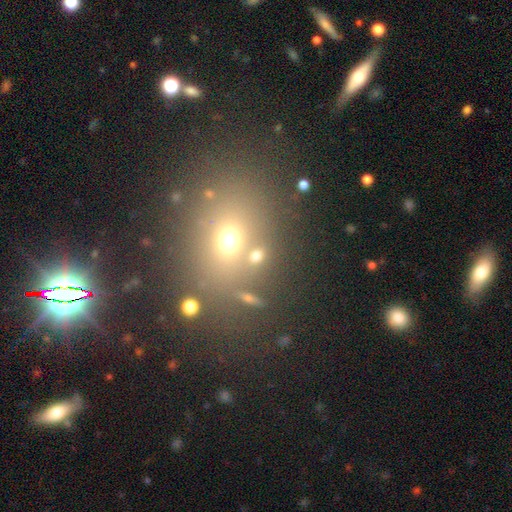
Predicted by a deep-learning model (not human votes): Smooth or featured? smooth (64%)
How rounded? round (66%)
Merging? none (65%)